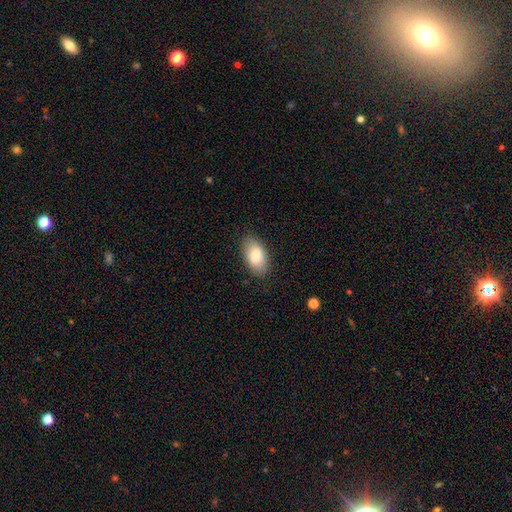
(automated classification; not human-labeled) This appears to be a smooth galaxy with no disk features (86%) that is in between round and cigar-shaped (94%). Merging: none (84%).